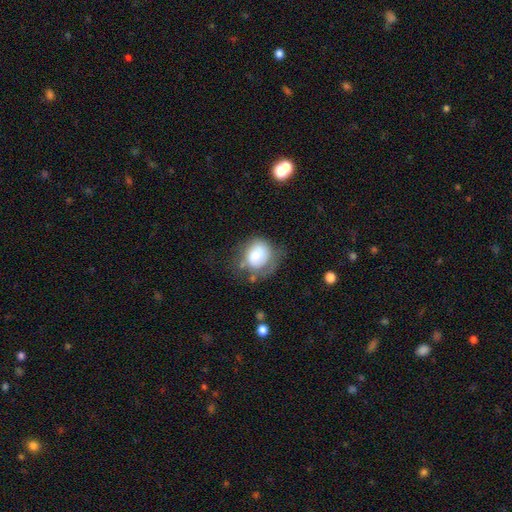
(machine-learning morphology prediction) A smooth galaxy with no disk features (68%) that is round (62%).

Vote fractions:
- Smooth or featured? smooth: 68% / featured or disk: 23% / star or artifact: 8%
- How rounded? round: 62% / in between: 37% / cigar-shaped: 1%
- Merging? none: 41% / minor disturbance: 30% / major disturbance: 24% / merger: 5%